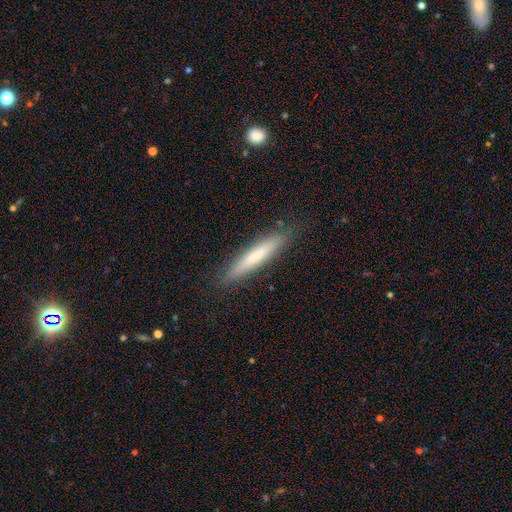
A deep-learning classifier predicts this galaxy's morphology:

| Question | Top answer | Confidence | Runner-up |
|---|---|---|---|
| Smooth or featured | smooth | 66% | featured or disk (28%) |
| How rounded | cigar-shaped | 94% | in between (5%) |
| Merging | none | 88% | minor disturbance (9%) |